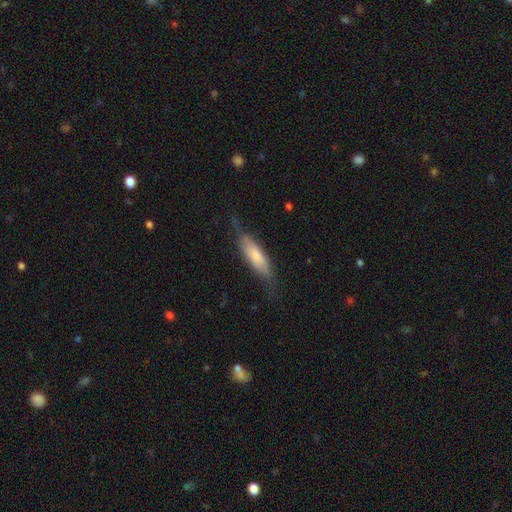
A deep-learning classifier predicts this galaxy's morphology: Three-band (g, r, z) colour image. It shows a smooth galaxy with no disk features (67%) that is cigar-shaped (56%). Merging: none (64%).